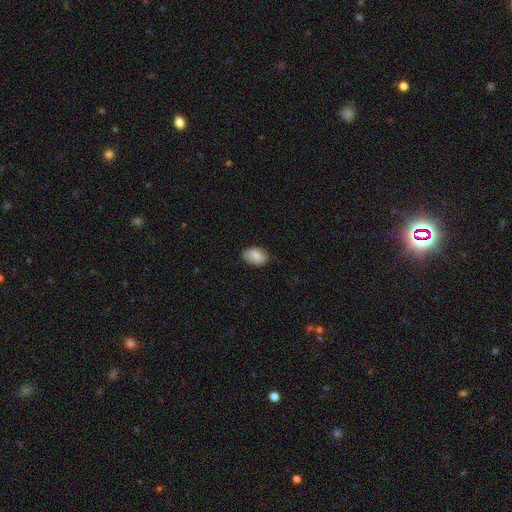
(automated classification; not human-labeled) Smooth or featured: smooth — 83% (featured or disk — 10%)
How rounded: in between — 88% (round — 11%)
Merging: none — 77% (minor disturbance — 19%)